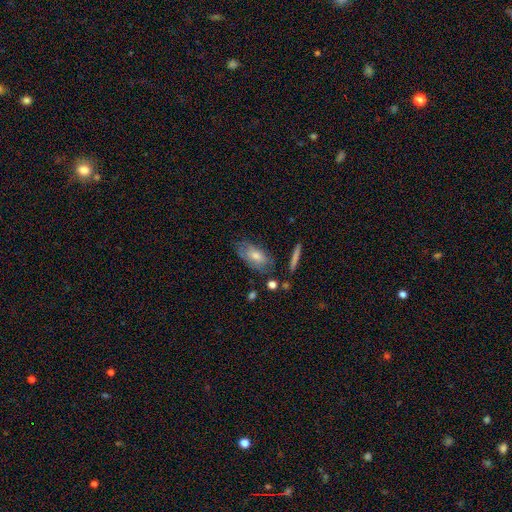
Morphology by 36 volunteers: smooth-or-featured: featured or disk: 53% | smooth: 44% | star or artifact: 3%
  disk-edge-on: no: 68% | yes: 32%
    bar: no: 100% | strong: 0% | weak: 0%
    has-spiral-arms: yes: 54% | no: 46%
      spiral-winding: tight: 71% | medium: 14% | loose: 14%
      spiral-arm-count: can't tell: 86% | 4: 14% | 1: 0% | 2: 0% | 3: 0% | more than 4: 0%
    bulge-size: moderate: 69% | large: 15% | small: 15% | dominant: 0% | none: 0%
  merging: none: 69% | minor disturbance: 17% | major disturbance: 11% | merger: 3%